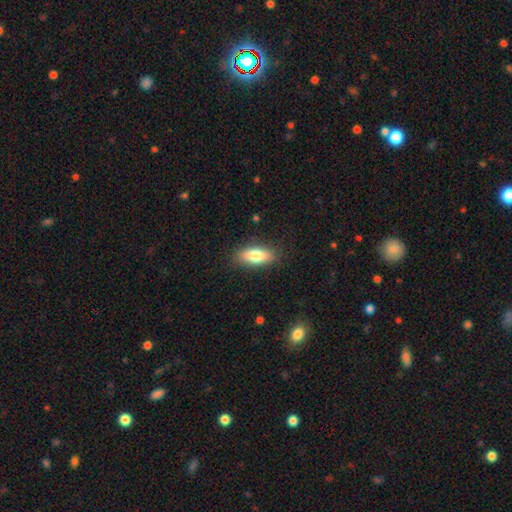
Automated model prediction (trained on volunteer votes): The model was most divided on "how rounded": in between: 76%, cigar-shaped: 21%, round: 3%. More confident: merging — none (87%); smooth or featured — smooth (78%).